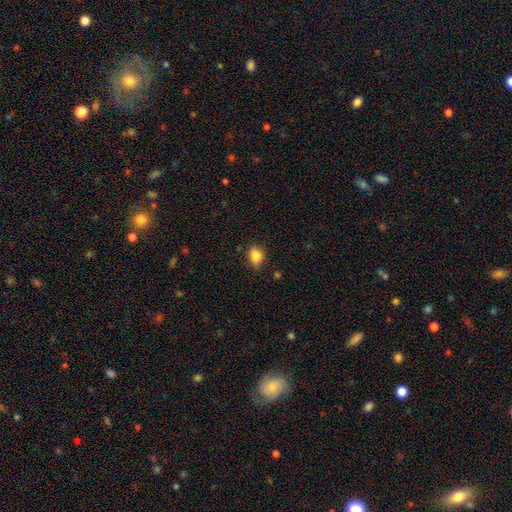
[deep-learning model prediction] Smooth or featured: smooth — 85% (star or artifact — 9%)
How rounded: in between — 70% (round — 28%)
Merging: none — 72% (minor disturbance — 23%)